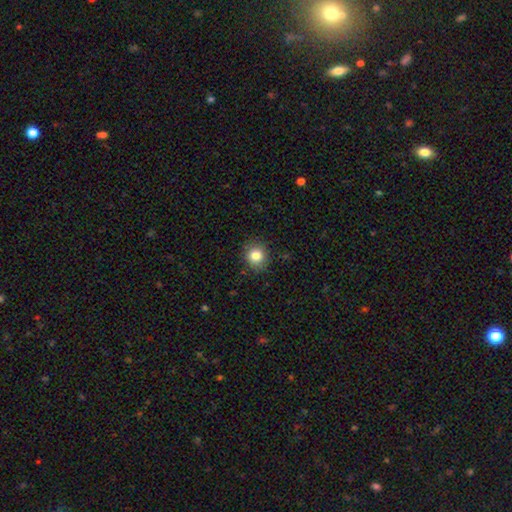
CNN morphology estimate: This is clearly a smooth galaxy (83%). How rounded: clearly round (84%). Merging: clearly none (88%).